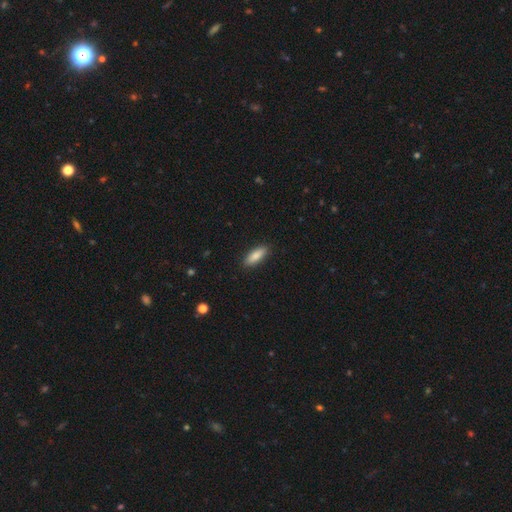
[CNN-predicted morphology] The model was most divided on "how rounded": in between: 66%, cigar-shaped: 33%, round: 2%. More confident: merging — none (89%); smooth or featured — smooth (86%).